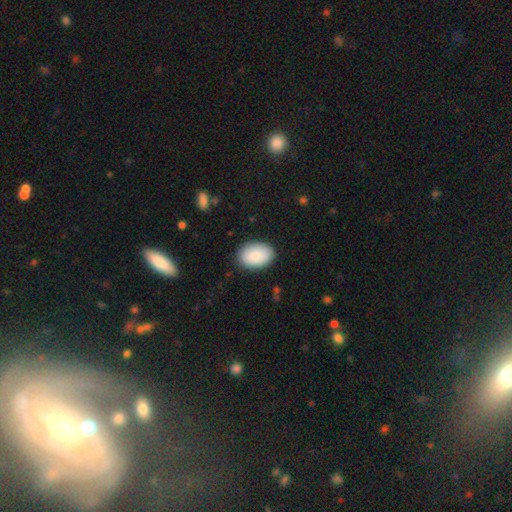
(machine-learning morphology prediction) A smooth galaxy with no disk features (87%) that is in between round and cigar-shaped (87%).

Vote fractions:
- Smooth or featured? smooth: 87% / featured or disk: 7% / star or artifact: 6%
- How rounded? in between: 87% / round: 12% / cigar-shaped: 1%
- Merging? none: 87% / minor disturbance: 10% / major disturbance: 2% / merger: 1%